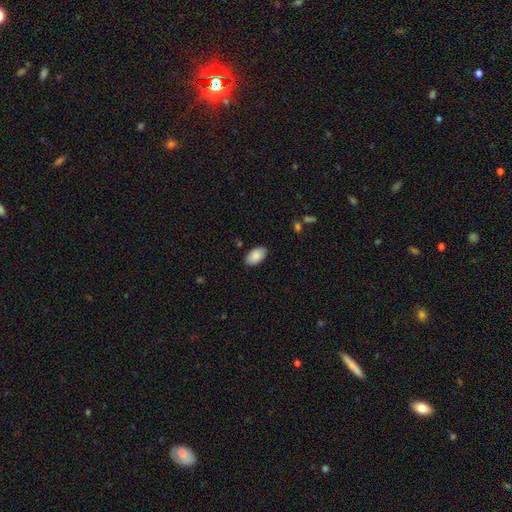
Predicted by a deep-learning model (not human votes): Overall: smooth (88%). How rounded: in between (94%). Merging: none (87%).